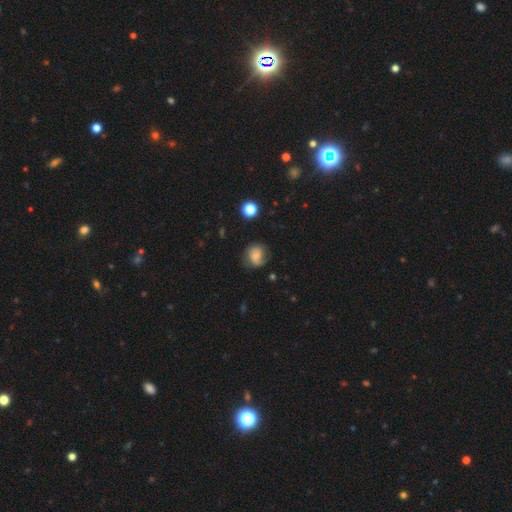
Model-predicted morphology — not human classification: smooth 52%, featured or disk 37%, star or artifact 10%. Down the decision tree: how rounded — round (74%); merging — none (65%).